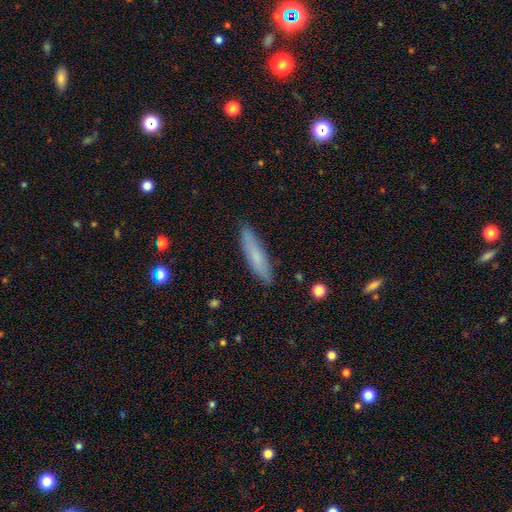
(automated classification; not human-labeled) Smooth or featured? smooth (70%)
How rounded? cigar-shaped (83%)
Merging? none (88%)